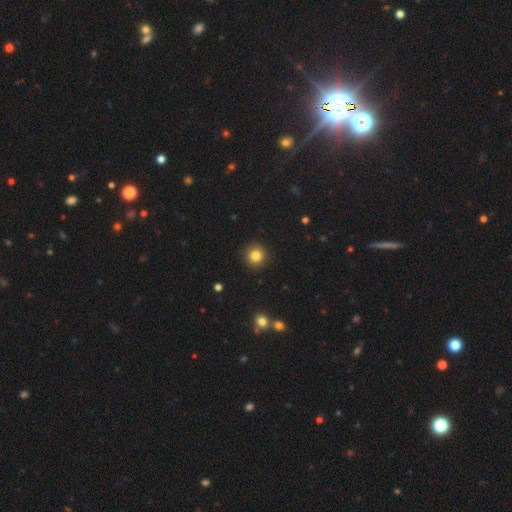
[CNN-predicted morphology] The model was most divided on "smooth or featured": smooth: 82%, star or artifact: 11%, featured or disk: 7%. More confident: how rounded — round (94%); merging — none (92%).